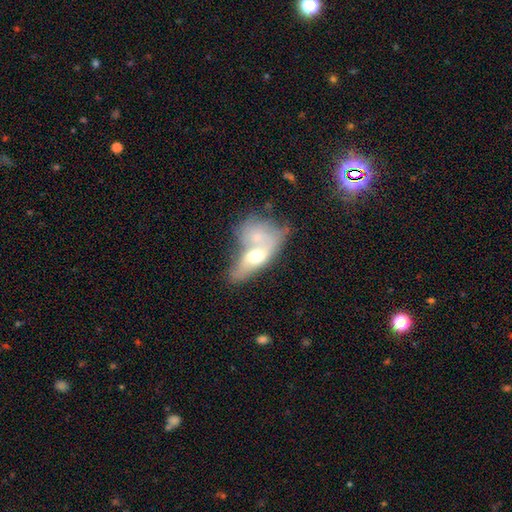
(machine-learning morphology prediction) A smooth galaxy with no disk features (50%) that is in between round and cigar-shaped (71%).

Vote fractions:
- Smooth or featured? smooth: 50% / featured or disk: 44% / star or artifact: 6%
- How rounded? in between: 71% / cigar-shaped: 17% / round: 12%
- Merging? merger: 70% / none: 15% / minor disturbance: 8% / major disturbance: 7%